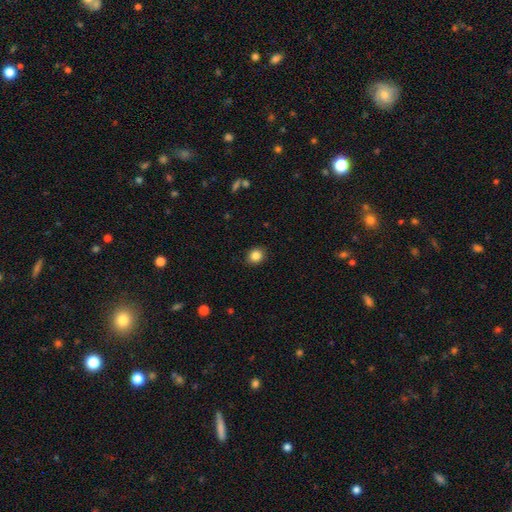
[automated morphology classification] smooth_or_featured: smooth (p=0.85) [alt: star or artifact p=0.10]
how_rounded: round (p=0.75) [alt: in between p=0.24]
merging: none (p=0.90) [alt: minor disturbance p=0.07]